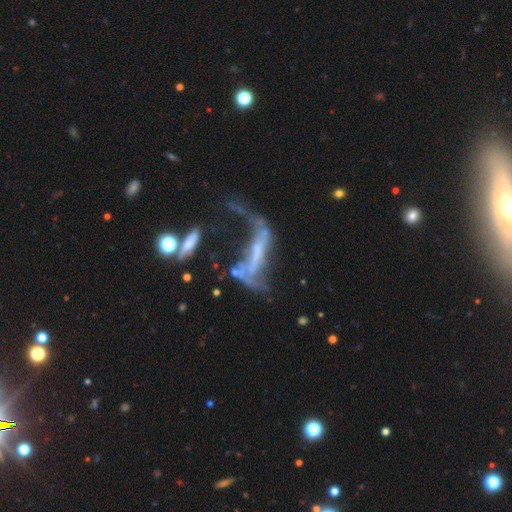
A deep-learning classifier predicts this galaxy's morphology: featured or disk 69%, star or artifact 16%, smooth 15%. Down the decision tree: edge-on disk — no (82%); bar — no (42%); spiral arms — yes (54%); bulge size — none (58%); merging — major disturbance (44%).